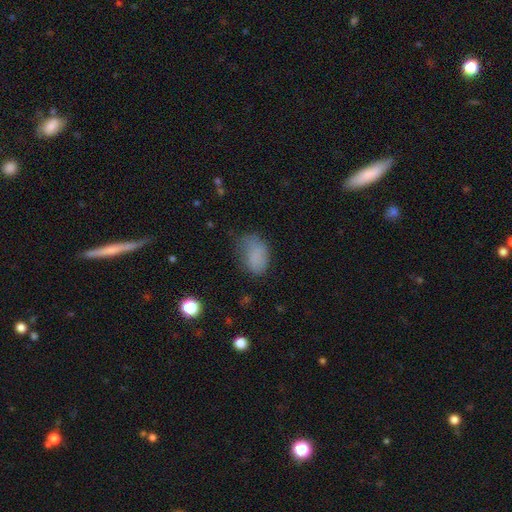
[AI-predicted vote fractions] smooth-or-featured: smooth: 79% | star or artifact: 12% | featured or disk: 9%
  how-rounded: in between: 86% | round: 12% | cigar-shaped: 2%
  merging: none: 46% | minor disturbance: 34% | major disturbance: 17% | merger: 2%